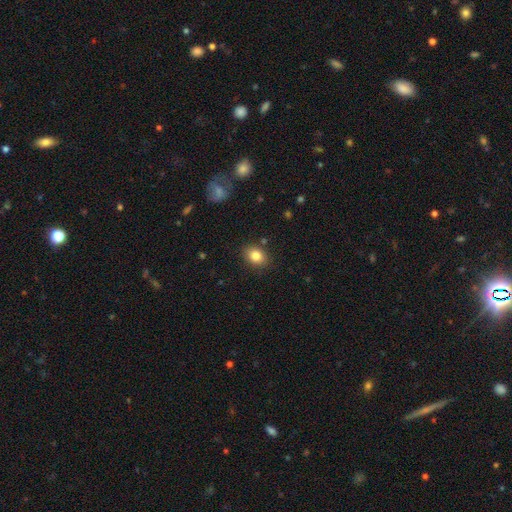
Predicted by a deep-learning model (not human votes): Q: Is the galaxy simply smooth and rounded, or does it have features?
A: smooth — 83%.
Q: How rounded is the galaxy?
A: in between — 62%.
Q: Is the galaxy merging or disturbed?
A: none — 85%.